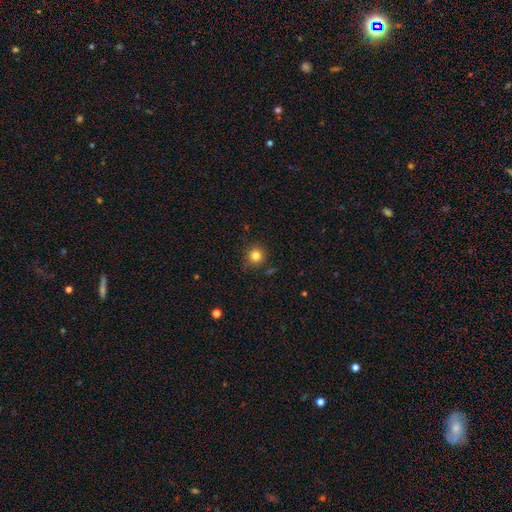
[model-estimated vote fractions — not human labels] A smooth galaxy with no disk features (82%) that is round (91%). Merging: none (83%).